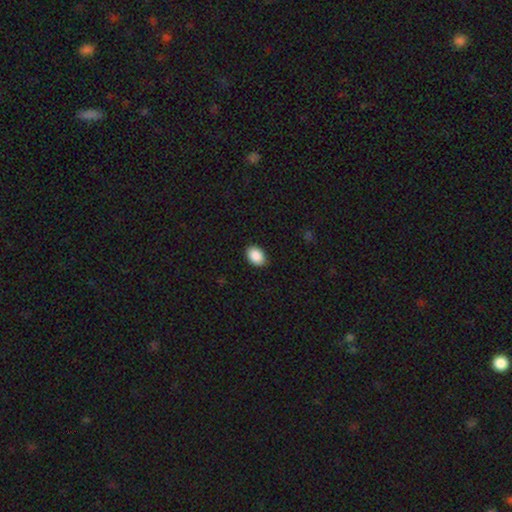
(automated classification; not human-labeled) Smooth or featured: smooth — 90% (star or artifact — 7%)
How rounded: in between — 81% (round — 18%)
Merging: none — 89% (minor disturbance — 8%)